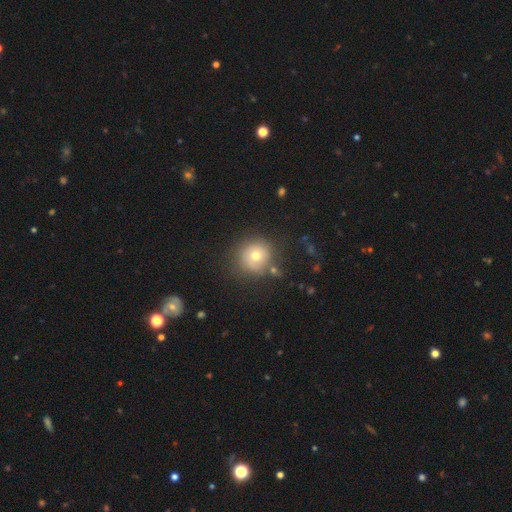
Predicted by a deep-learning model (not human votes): Smooth or featured? Predicted: smooth (p=0.70). How rounded? Predicted: round (p=0.92). Merging? Predicted: none (p=0.77).